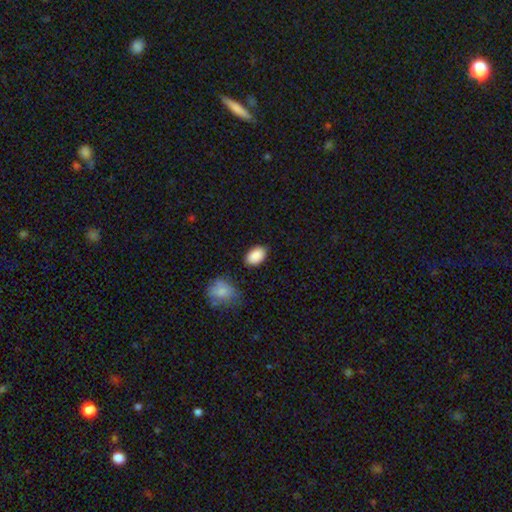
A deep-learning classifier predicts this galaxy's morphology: Smooth or featured? Predicted: smooth (p=0.89). How rounded? Predicted: in between (p=0.90). Merging? Predicted: none (p=0.81).